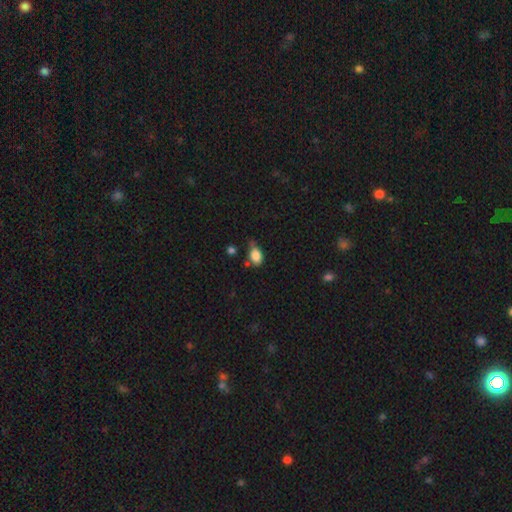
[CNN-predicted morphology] A smooth galaxy with no disk features (85%) that is in between round and cigar-shaped (82%). Merging: none (52%).